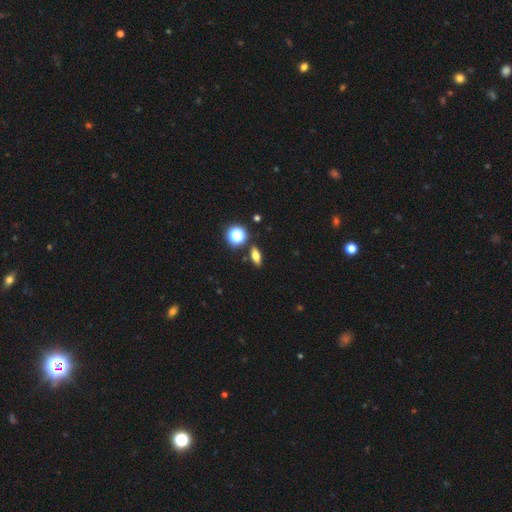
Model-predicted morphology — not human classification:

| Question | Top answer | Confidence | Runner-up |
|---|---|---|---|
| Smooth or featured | smooth | 67% | featured or disk (17%) |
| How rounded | in between | 70% | cigar-shaped (17%) |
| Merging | none | 86% | minor disturbance (8%) |